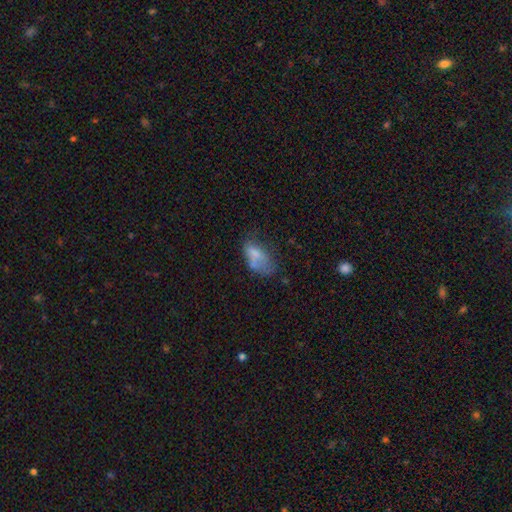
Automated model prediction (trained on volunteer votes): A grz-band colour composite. It shows a smooth galaxy with no disk features (64%) that is in between round and cigar-shaped (90%). Merging: none (31%).